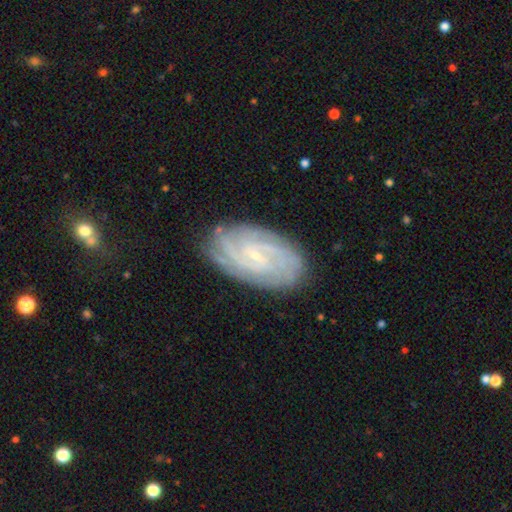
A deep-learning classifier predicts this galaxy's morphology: type=featured or disk (85%); edge-on=no (96%); bar=no (51%); spiral arms=yes (97%); winding=tight (74%); arm count=can't tell (28%); bulge=small (86%); merging=none (82%).